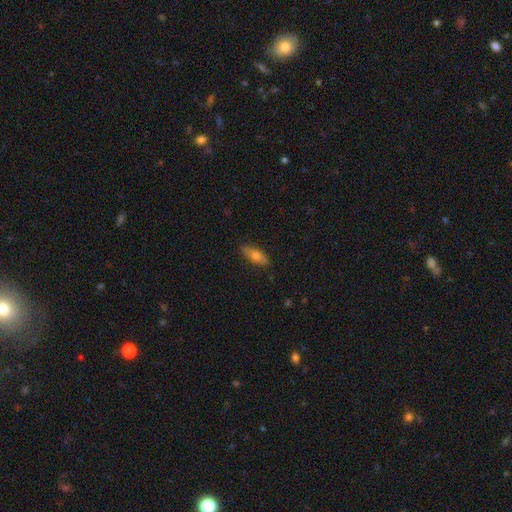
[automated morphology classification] smooth_or_featured: smooth (p=0.70) [alt: featured or disk p=0.23]
how_rounded: in between (p=0.70) [alt: cigar-shaped p=0.27]
merging: none (p=0.84) [alt: minor disturbance p=0.13]